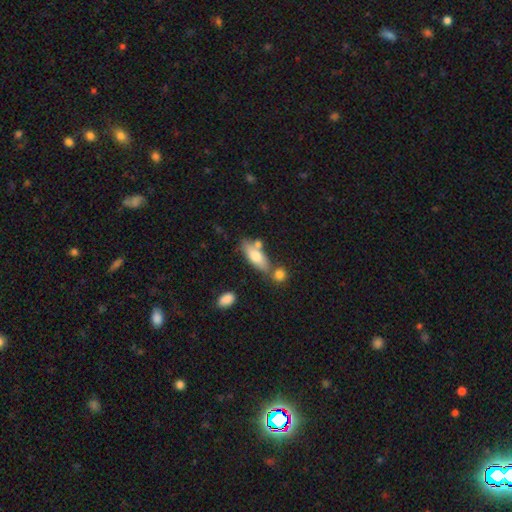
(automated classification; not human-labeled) A smooth galaxy with no disk features (68%) that is in between round and cigar-shaped (65%). Merging: none (60%).